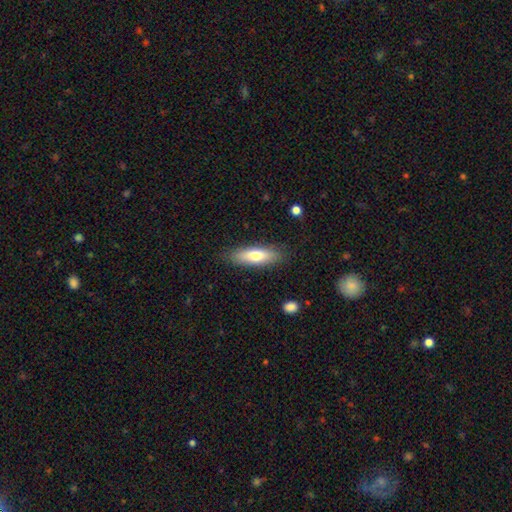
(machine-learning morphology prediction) A smooth galaxy with no disk features (70%) that is in between round and cigar-shaped (50%).

Vote fractions:
- Smooth or featured? smooth: 70% / featured or disk: 24% / star or artifact: 6%
- How rounded? in between: 50% / cigar-shaped: 48% / round: 2%
- Merging? none: 86% / minor disturbance: 10% / major disturbance: 3% / merger: 1%